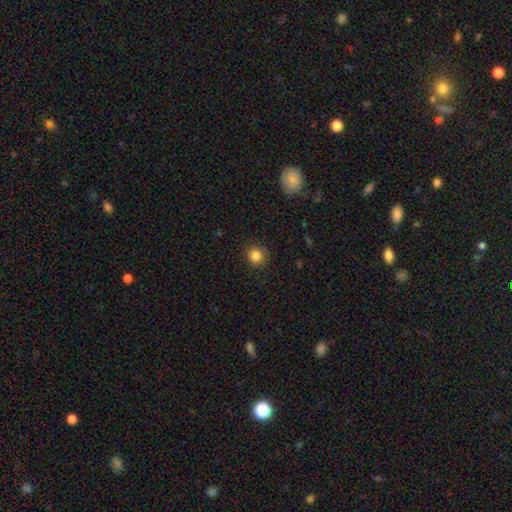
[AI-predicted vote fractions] A smooth galaxy with no disk features (84%) that is round (92%). Merging: none (87%).